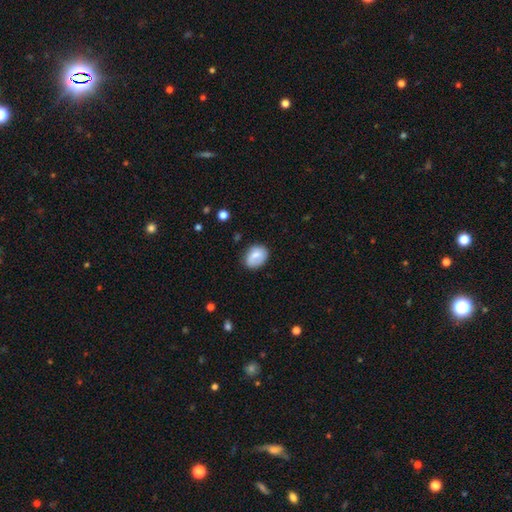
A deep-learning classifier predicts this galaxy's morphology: This appears to be a smooth galaxy with no disk features (71%) that is in between round and cigar-shaped (62%). Merging: none (71%).